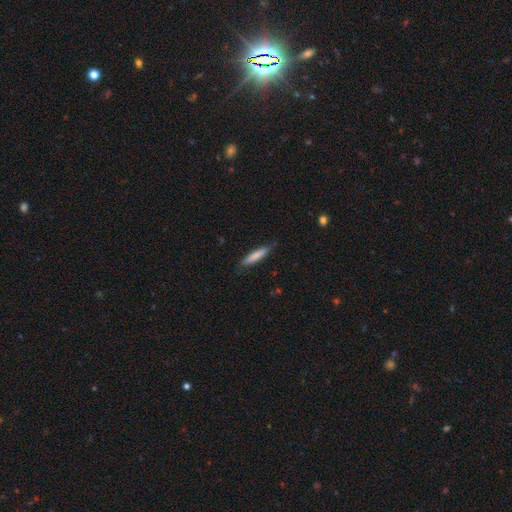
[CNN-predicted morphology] A smooth galaxy with no disk features (77%) that is cigar-shaped (87%). Merging: none (81%).